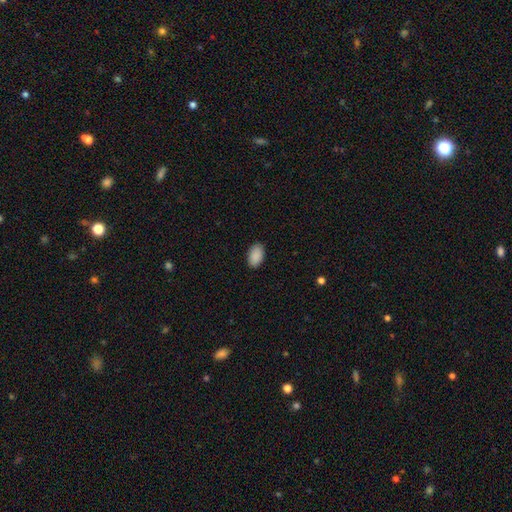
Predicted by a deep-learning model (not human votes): This is clearly a smooth galaxy (91%). How rounded: clearly in between (94%). Merging: clearly none (88%).